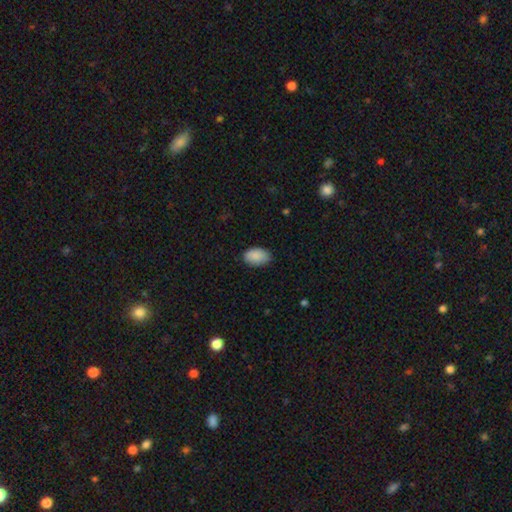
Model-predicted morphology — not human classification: Smooth or featured? Predicted: smooth (p=0.89). How rounded? Predicted: in between (p=0.92). Merging? Predicted: none (p=0.81).